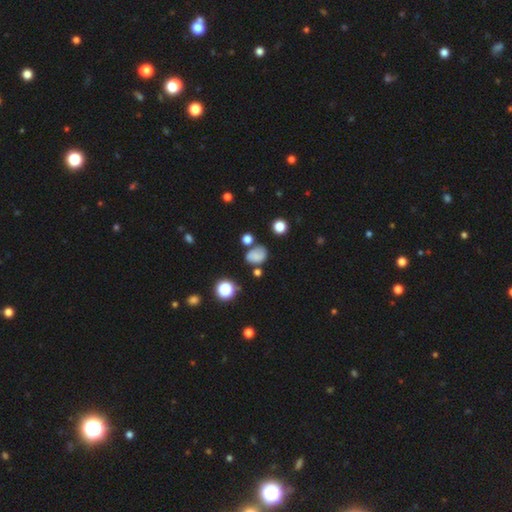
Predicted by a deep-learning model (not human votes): Smooth or featured?
  - smooth: 68% *
  - featured or disk: 16%
  - star or artifact: 16%
How rounded?
  - in between: 62% *
  - round: 37%
  - cigar-shaped: 1%
Merging?
  - none: 55% *
  - minor disturbance: 24%
  - merger: 11%
  - major disturbance: 10%